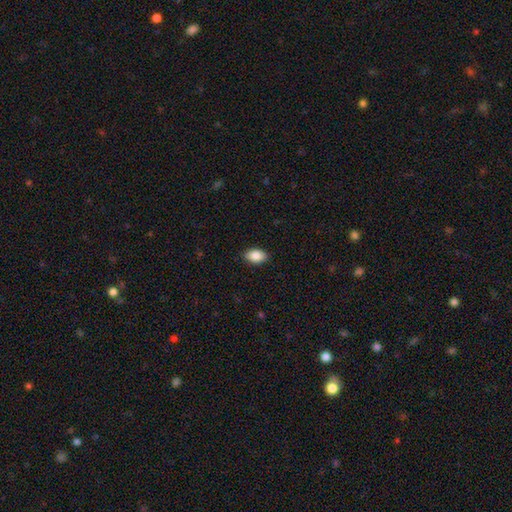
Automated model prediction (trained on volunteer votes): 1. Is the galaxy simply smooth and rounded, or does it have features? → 88% smooth, 7% star or artifact, 5% featured or disk.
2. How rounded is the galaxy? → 90% in between, 9% round, 1% cigar-shaped.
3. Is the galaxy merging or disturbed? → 89% none, 8% minor disturbance, 2% major disturbance, 1% merger.